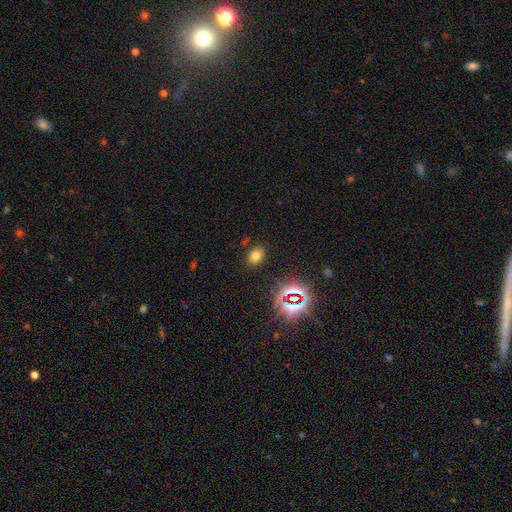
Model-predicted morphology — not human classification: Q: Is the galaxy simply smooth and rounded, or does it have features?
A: smooth — 68%.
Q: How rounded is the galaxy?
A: in between — 73%.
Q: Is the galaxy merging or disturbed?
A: none — 85%.